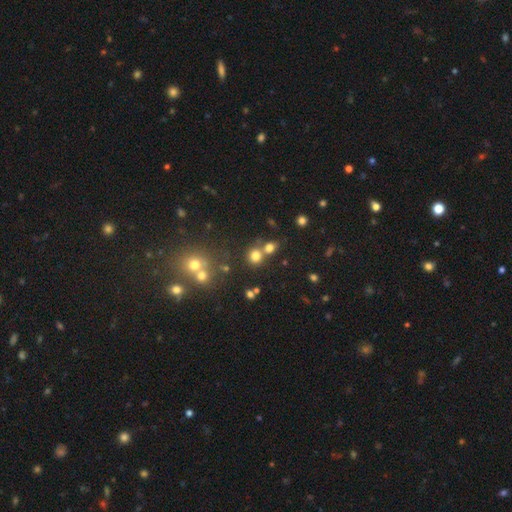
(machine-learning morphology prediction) Smooth or featured: smooth — 74% (star or artifact — 17%)
How rounded: round — 84% (in between — 15%)
Merging: none — 59% (merger — 30%)